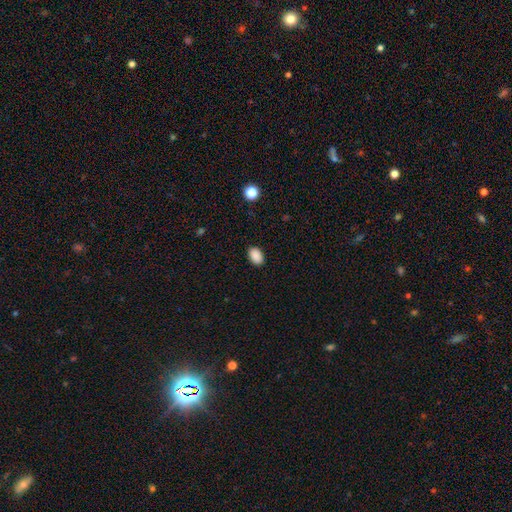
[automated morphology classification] smooth_or_featured: smooth (p=0.89) [alt: star or artifact p=0.08]
how_rounded: in between (p=0.87) [alt: round p=0.12]
merging: none (p=0.90) [alt: minor disturbance p=0.07]